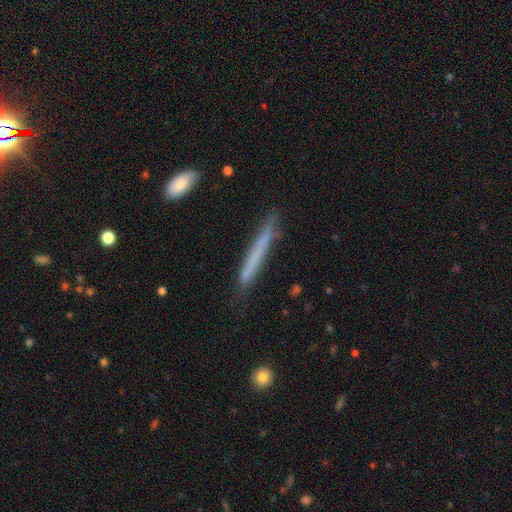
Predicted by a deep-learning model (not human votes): The model was most divided on "smooth or featured": smooth: 60%, featured or disk: 33%, star or artifact: 8%. More confident: how rounded — cigar-shaped (97%); merging — none (82%).